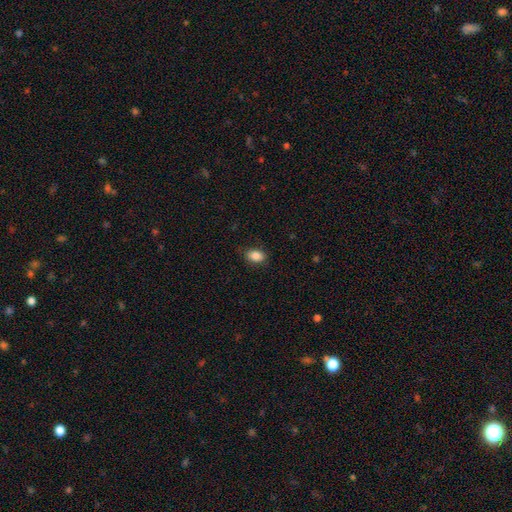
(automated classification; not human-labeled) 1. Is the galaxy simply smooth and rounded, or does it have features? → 86% smooth, 8% star or artifact, 6% featured or disk.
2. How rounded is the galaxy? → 80% in between, 19% round, 1% cigar-shaped.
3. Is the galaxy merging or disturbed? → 84% none, 12% minor disturbance, 3% major disturbance, 1% merger.